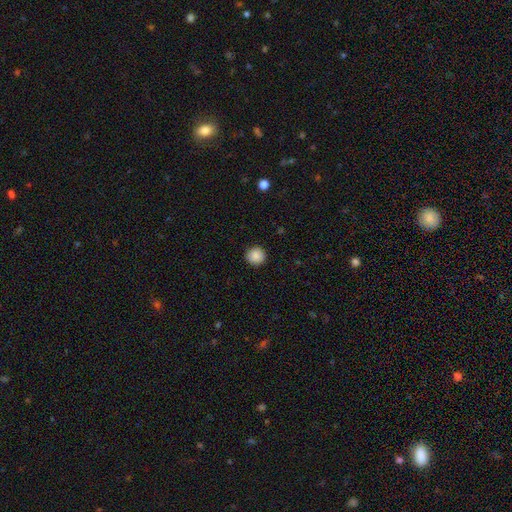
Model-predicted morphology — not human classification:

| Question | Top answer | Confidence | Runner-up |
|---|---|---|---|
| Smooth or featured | smooth | 88% | star or artifact (9%) |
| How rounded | round | 93% | in between (6%) |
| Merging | none | 91% | minor disturbance (7%) |